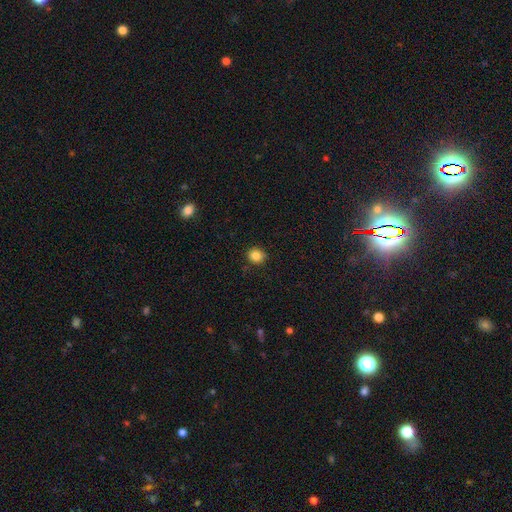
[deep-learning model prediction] This appears to be a smooth galaxy with no disk features (86%) that is round (80%). Merging: none (86%).